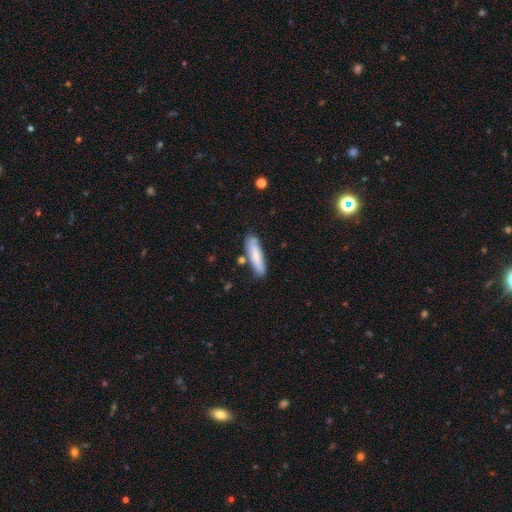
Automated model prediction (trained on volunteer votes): Overall: smooth (75%). How rounded: cigar-shaped (74%). Merging: none (76%).